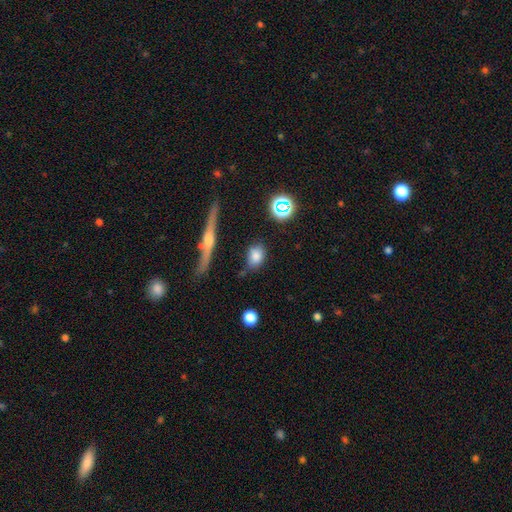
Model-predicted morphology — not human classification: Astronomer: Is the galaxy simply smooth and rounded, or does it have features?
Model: smooth — 77%.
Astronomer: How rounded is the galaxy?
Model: in between — 56% (runner-up: round, 39%).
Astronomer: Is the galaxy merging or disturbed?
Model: none — 69%.